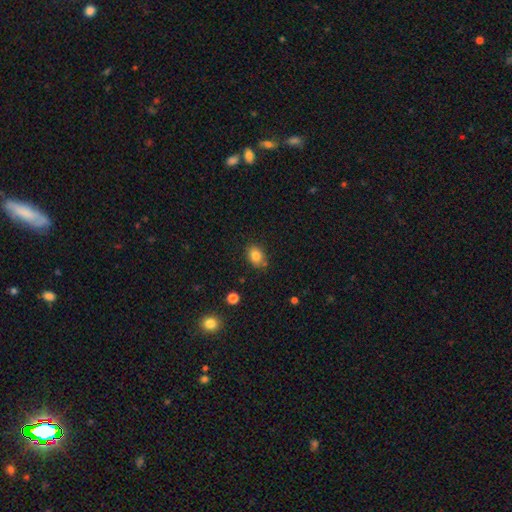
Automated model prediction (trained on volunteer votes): Smooth or featured? smooth (83%)
How rounded? in between (67%)
Merging? none (76%)